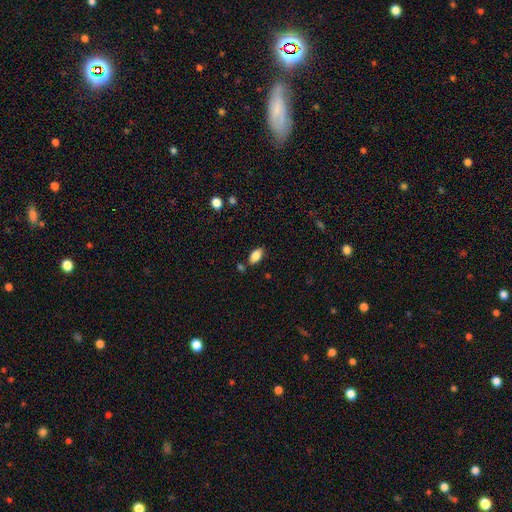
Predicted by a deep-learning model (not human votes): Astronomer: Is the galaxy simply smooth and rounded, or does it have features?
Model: smooth — 85%.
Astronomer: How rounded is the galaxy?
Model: in between — 92%.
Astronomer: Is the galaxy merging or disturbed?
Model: none — 77%.